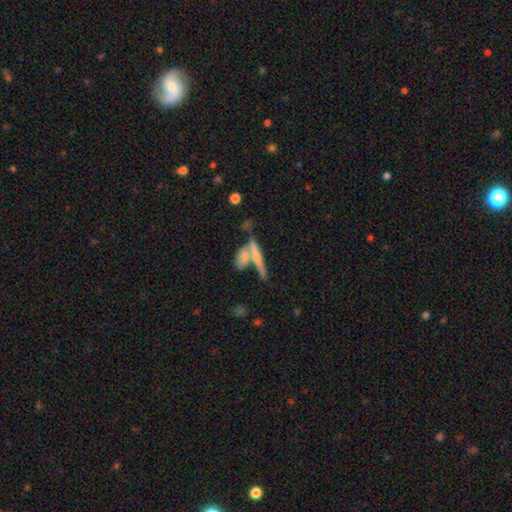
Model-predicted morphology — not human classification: type=smooth (46%); merging=none (44%).